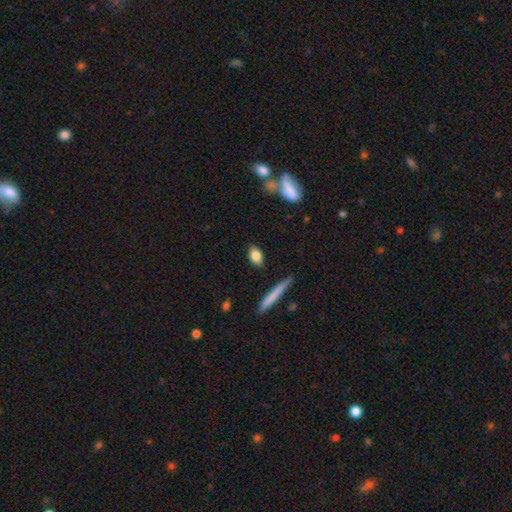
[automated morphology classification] Overall: smooth (82%). How rounded: in between (82%). Merging: none (84%).